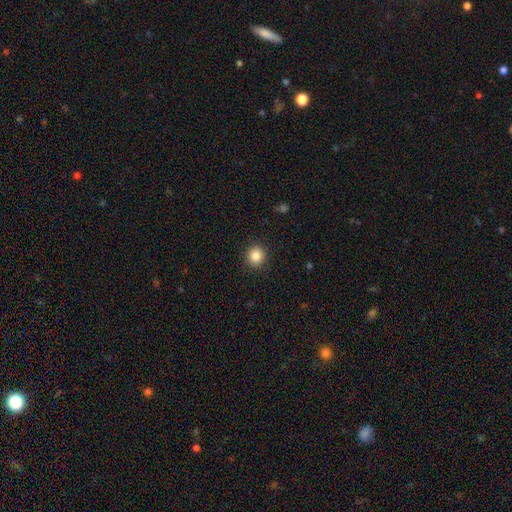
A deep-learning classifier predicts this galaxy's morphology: A smooth galaxy with no disk features (86%) that is round (86%). Merging: none (91%).